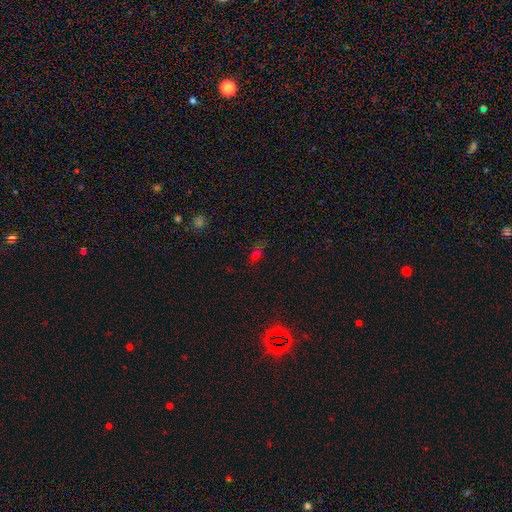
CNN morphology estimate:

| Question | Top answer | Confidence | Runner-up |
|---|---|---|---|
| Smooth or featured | smooth | 53% | star or artifact (31%) |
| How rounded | in between | 64% | round (20%) |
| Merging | none | 68% | minor disturbance (19%) |